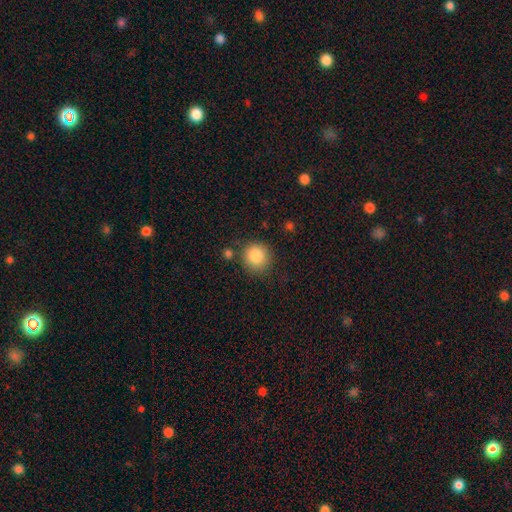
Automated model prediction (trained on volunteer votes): Q: Smooth or featured?
A: smooth (85%); runner-up: star or artifact (9%)
Q: How rounded?
A: round (90%); runner-up: in between (9%)
Q: Merging?
A: none (81%); runner-up: minor disturbance (10%)